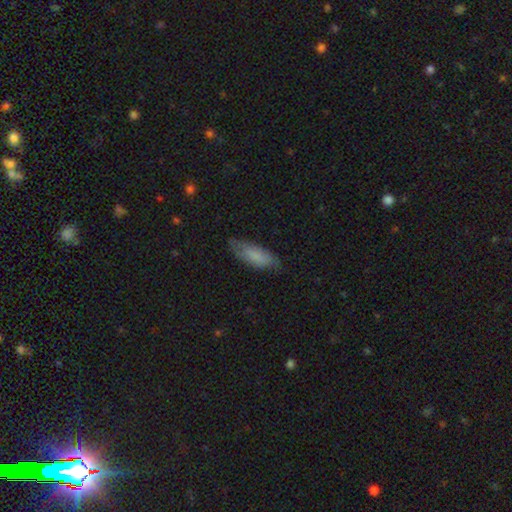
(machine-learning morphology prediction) Smooth or featured?
  - smooth: 74% *
  - featured or disk: 20%
  - star or artifact: 6%
How rounded?
  - in between: 69% *
  - cigar-shaped: 29%
  - round: 2%
Merging?
  - none: 69% *
  - minor disturbance: 24%
  - major disturbance: 6%
  - merger: 1%